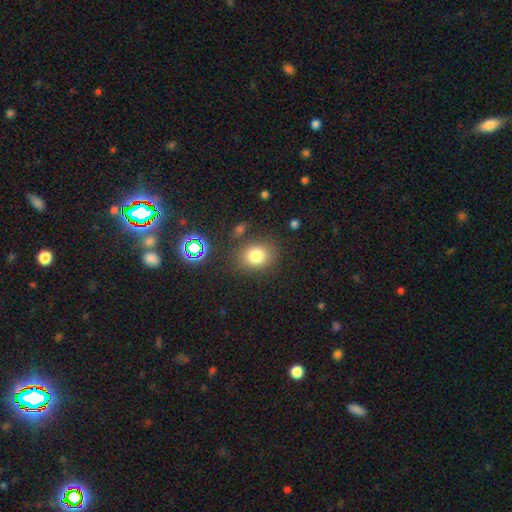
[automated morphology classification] smooth-or-featured: smooth: 78% | star or artifact: 14% | featured or disk: 8%
  how-rounded: round: 63% | in between: 36% | cigar-shaped: 1%
  merging: none: 79% | minor disturbance: 12% | merger: 5% | major disturbance: 4%